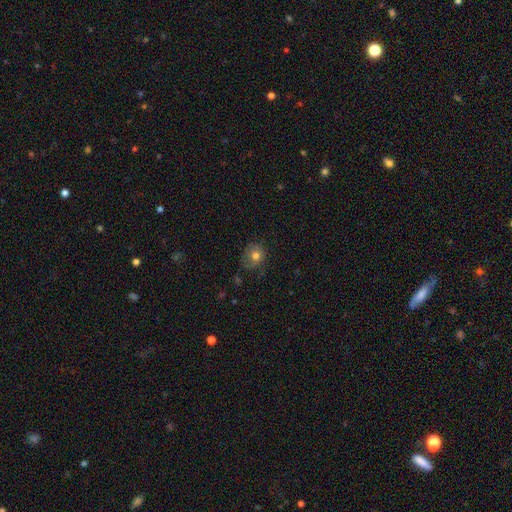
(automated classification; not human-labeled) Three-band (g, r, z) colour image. It shows a smooth galaxy with no disk features (77%) that is round (79%). Merging: none (67%).